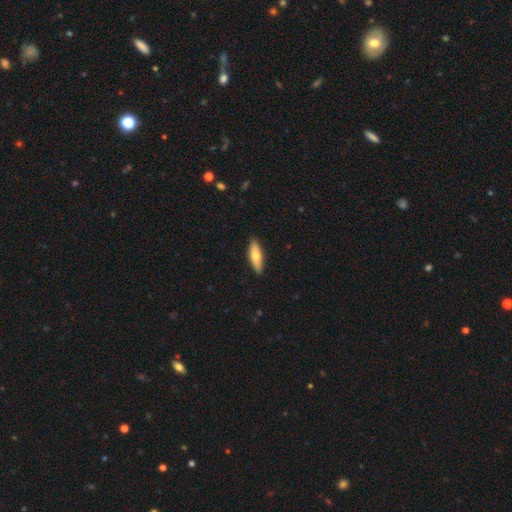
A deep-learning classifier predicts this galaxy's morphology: A smooth galaxy with no disk features (70%) that is in between round and cigar-shaped (50%).

Vote fractions:
- Smooth or featured? smooth: 70% / featured or disk: 24% / star or artifact: 5%
- How rounded? in between: 50% / cigar-shaped: 48% / round: 2%
- Merging? none: 89% / minor disturbance: 9% / major disturbance: 2% / merger: 1%